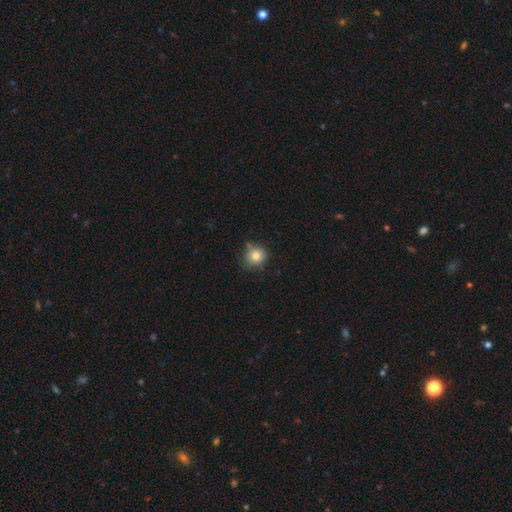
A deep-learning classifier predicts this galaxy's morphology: smooth_or_featured: smooth (p=0.82) [alt: star or artifact p=0.10]
how_rounded: round (p=0.88) [alt: in between p=0.11]
merging: none (p=0.69) [alt: minor disturbance p=0.22]